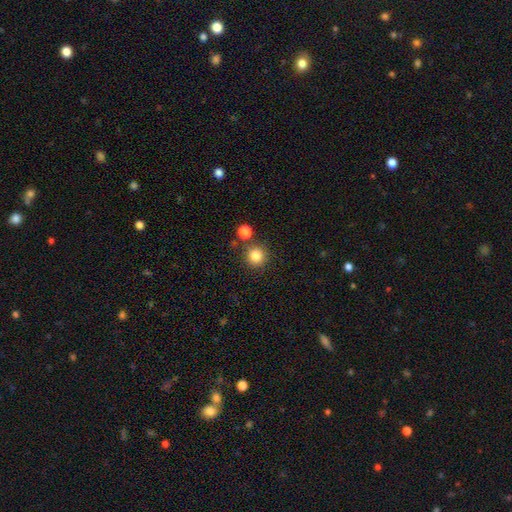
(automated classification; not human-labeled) Q: Smooth or featured?
A: smooth (84%); runner-up: star or artifact (11%)
Q: How rounded?
A: round (92%); runner-up: in between (7%)
Q: Merging?
A: none (81%); runner-up: merger (9%)